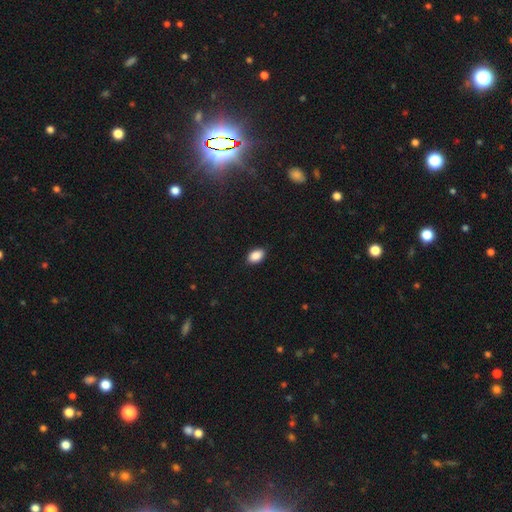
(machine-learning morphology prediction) smooth-or-featured: smooth: 89% | star or artifact: 8% | featured or disk: 4%
  how-rounded: in between: 89% | round: 10% | cigar-shaped: 1%
  merging: none: 87% | minor disturbance: 10% | major disturbance: 2% | merger: 1%